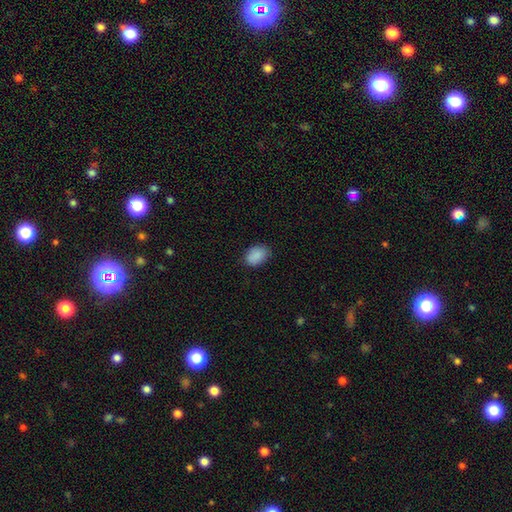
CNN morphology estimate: Smooth or featured? smooth (88%)
How rounded? in between (82%)
Merging? none (80%)